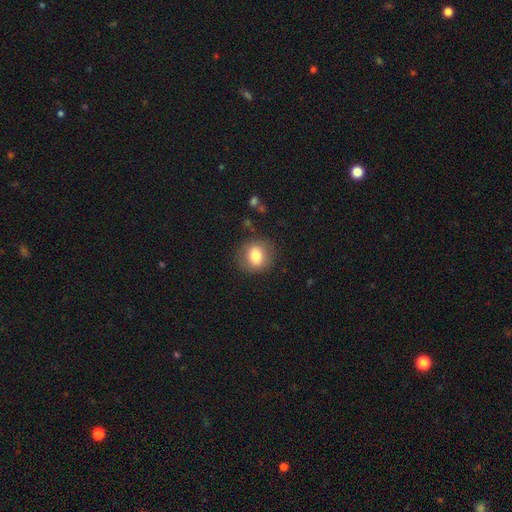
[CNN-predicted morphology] Smooth or featured?
  - smooth: 78% *
  - featured or disk: 14%
  - star or artifact: 9%
How rounded?
  - round: 75% *
  - in between: 24%
  - cigar-shaped: 1%
Merging?
  - none: 85% *
  - minor disturbance: 10%
  - major disturbance: 4%
  - merger: 1%